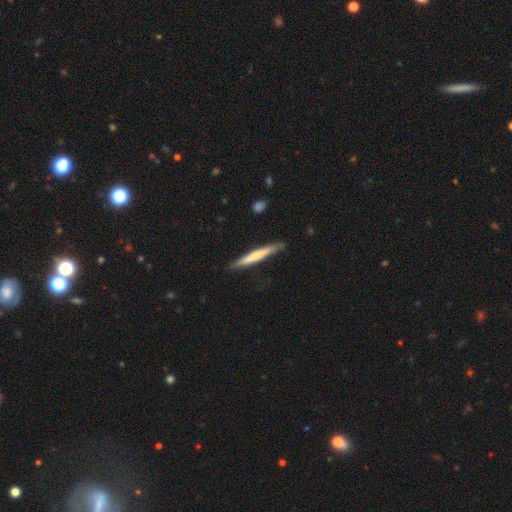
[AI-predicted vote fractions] This is possibly a smooth galaxy (52%). How rounded: clearly cigar-shaped (95%). Merging: clearly none (84%).